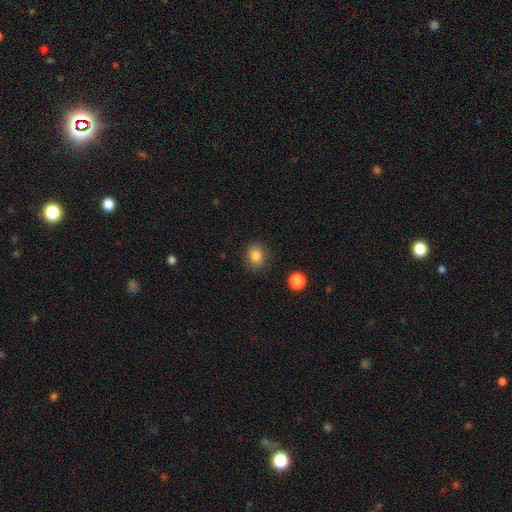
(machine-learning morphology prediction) Smooth or featured? smooth (83%)
How rounded? round (61%)
Merging? none (84%)